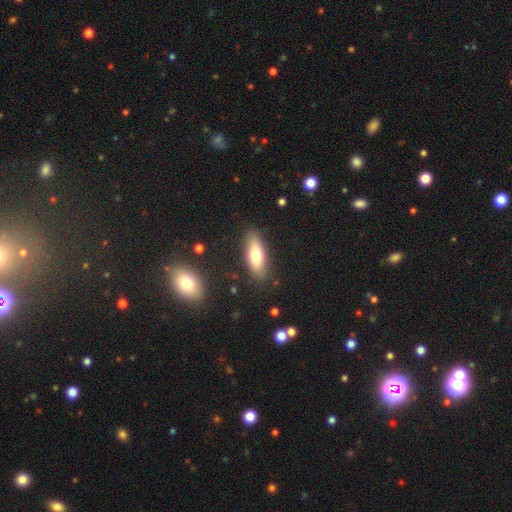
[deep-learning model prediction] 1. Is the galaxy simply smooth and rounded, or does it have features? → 72% smooth, 21% featured or disk, 7% star or artifact.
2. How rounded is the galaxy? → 66% in between, 32% cigar-shaped, 2% round.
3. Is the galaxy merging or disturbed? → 84% none, 11% minor disturbance, 3% major disturbance, 2% merger.